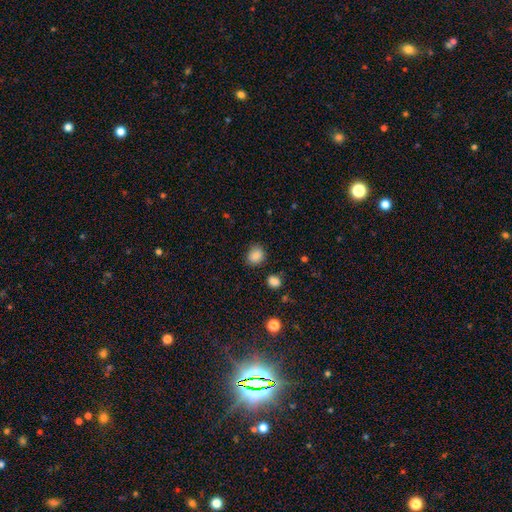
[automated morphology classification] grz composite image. It shows a smooth galaxy with no disk features (86%) that is round (70%). Merging: none (82%).